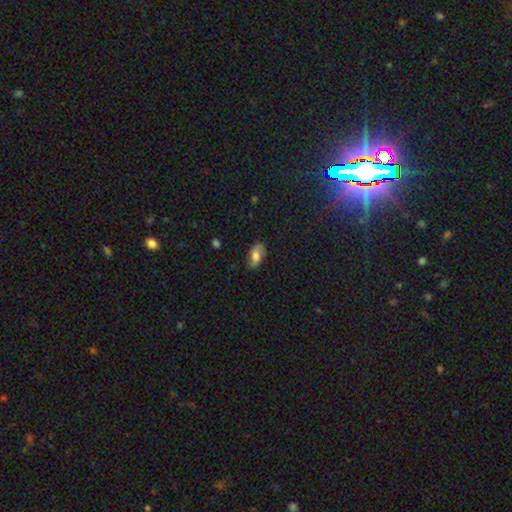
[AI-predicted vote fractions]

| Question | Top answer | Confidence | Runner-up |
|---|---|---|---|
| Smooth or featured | smooth | 63% | featured or disk (28%) |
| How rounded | in between | 91% | round (6%) |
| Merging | none | 78% | minor disturbance (17%) |